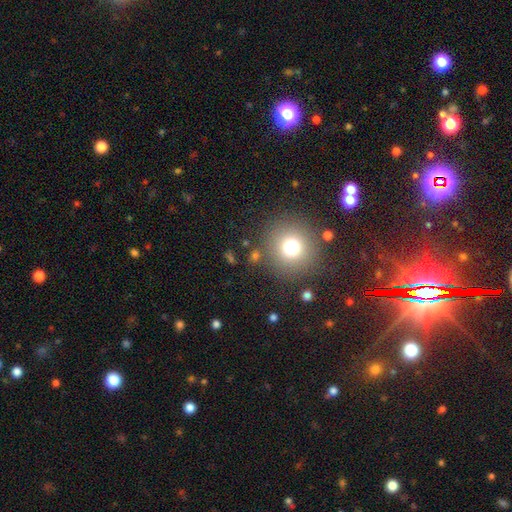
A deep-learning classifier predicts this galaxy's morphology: type=smooth (69%); roundness=round (92%); merging=none (86%).